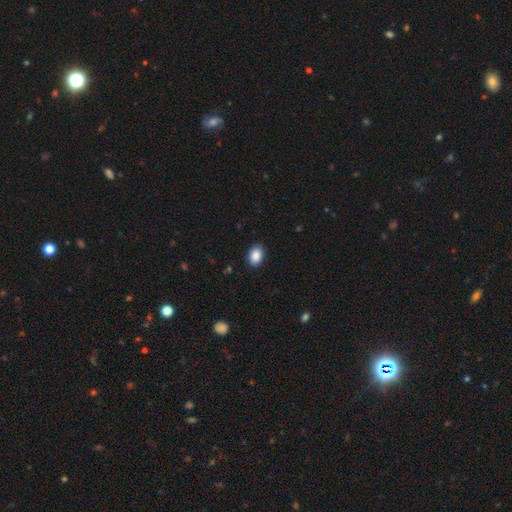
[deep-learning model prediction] smooth-or-featured: smooth: 89% | star or artifact: 8% | featured or disk: 3%
  how-rounded: in between: 73% | round: 26% | cigar-shaped: 1%
  merging: none: 89% | minor disturbance: 8% | major disturbance: 2% | merger: 1%